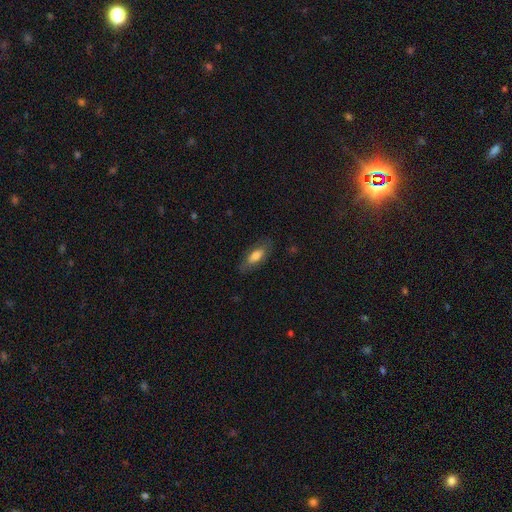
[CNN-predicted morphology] A smooth galaxy with no disk features (67%) that is in between round and cigar-shaped (75%). Merging: none (77%).